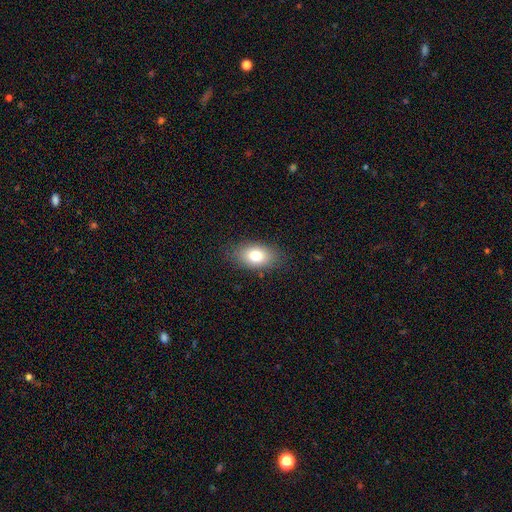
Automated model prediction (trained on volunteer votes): The model was most divided on "smooth or featured": smooth: 78%, featured or disk: 13%, star or artifact: 9%. More confident: how rounded — in between (87%); merging — none (84%).